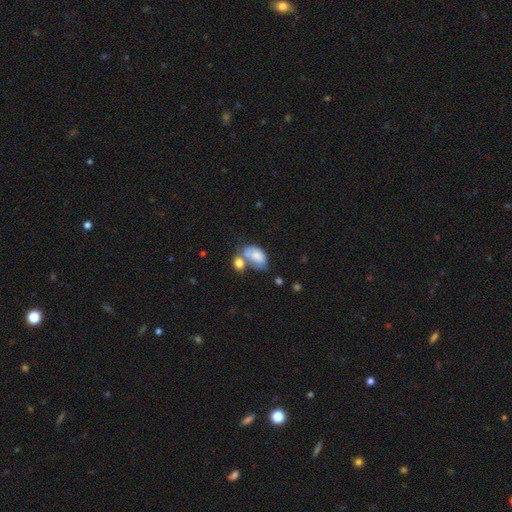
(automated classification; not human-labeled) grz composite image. It shows a smooth galaxy with no disk features (71%) that is in between round and cigar-shaped (90%). Merging: merger (49%).